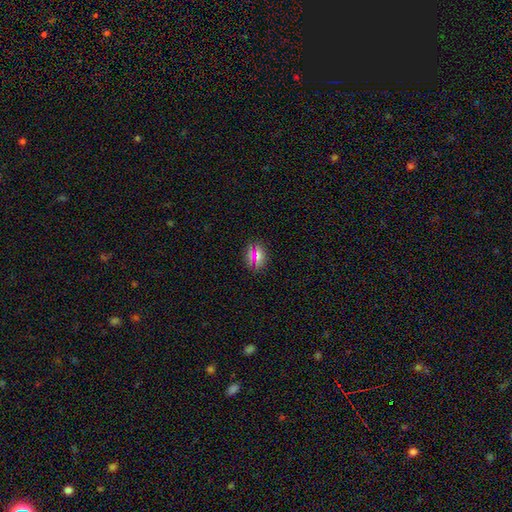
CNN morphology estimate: smooth 70%, star or artifact 21%, featured or disk 9%. Down the decision tree: how rounded — in between (54%); merging — none (85%).